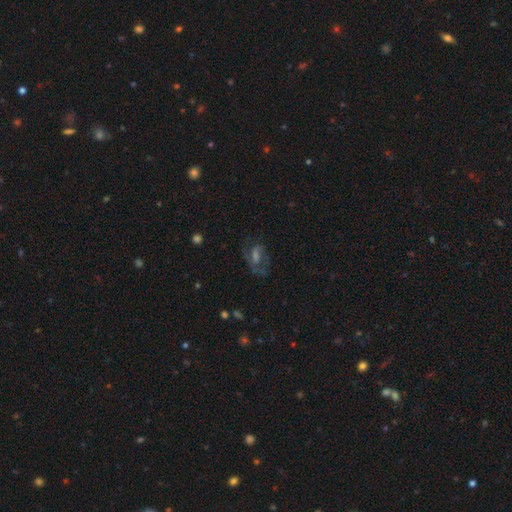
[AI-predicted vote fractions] Smooth or featured?
  - featured or disk: 55% *
  - smooth: 23%
  - star or artifact: 22%
Edge-on disk?
  - no: 93% *
  - yes: 7%
Bar?
  - weak: 44% *
  - no: 35%
  - strong: 22%
Spiral arms?
  - yes: 73% *
  - no: 27%
Bulge size?
  - small: 34% *
  - moderate: 33%
  - none: 21%
  - large: 10%
  - dominant: 2%
Merging?
  - none: 61% *
  - major disturbance: 19%
  - minor disturbance: 18%
  - merger: 2%